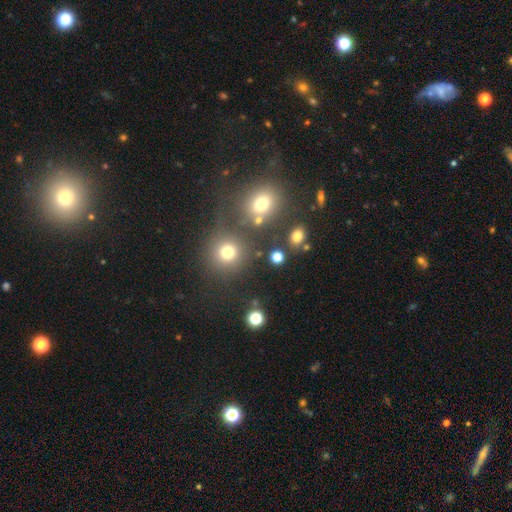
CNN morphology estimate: Smooth or featured? smooth (52%)
How rounded? round (87%)
Merging? none (66%)